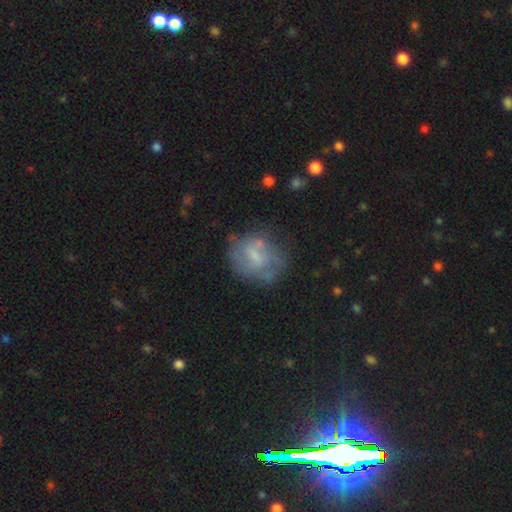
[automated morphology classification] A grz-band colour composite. It shows a featured or disk galaxy (49%). Merging: none (52%).